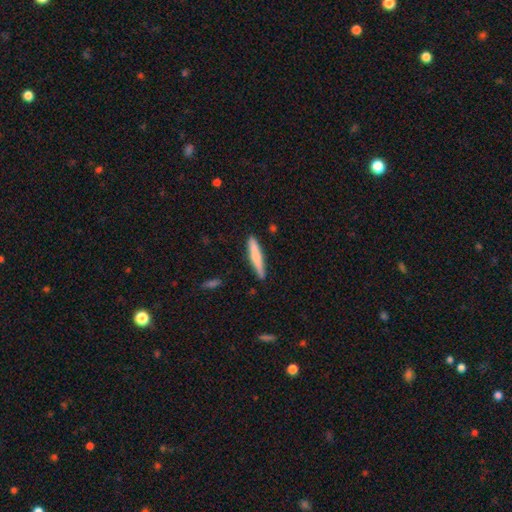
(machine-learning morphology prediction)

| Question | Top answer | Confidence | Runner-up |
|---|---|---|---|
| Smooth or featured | smooth | 64% | featured or disk (31%) |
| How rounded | cigar-shaped | 91% | in between (8%) |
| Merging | none | 88% | minor disturbance (9%) |